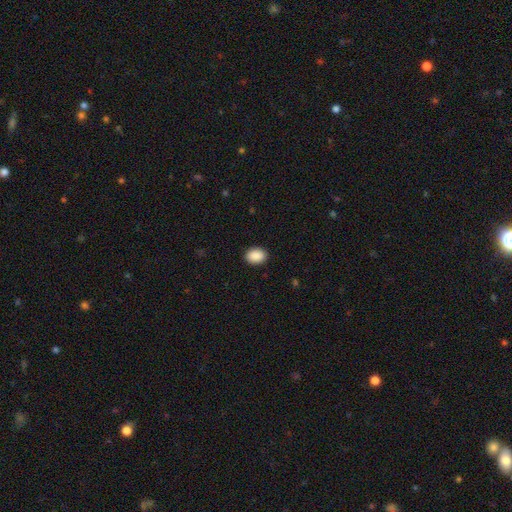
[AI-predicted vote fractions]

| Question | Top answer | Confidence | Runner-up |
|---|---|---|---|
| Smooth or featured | smooth | 90% | star or artifact (7%) |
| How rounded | in between | 72% | round (27%) |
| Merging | none | 90% | minor disturbance (7%) |